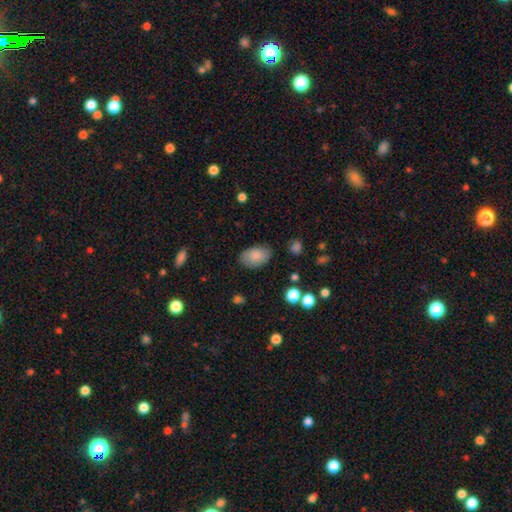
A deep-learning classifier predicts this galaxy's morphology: This appears to be a smooth galaxy with no disk features (81%) that is in between round and cigar-shaped (91%). Merging: none (79%).